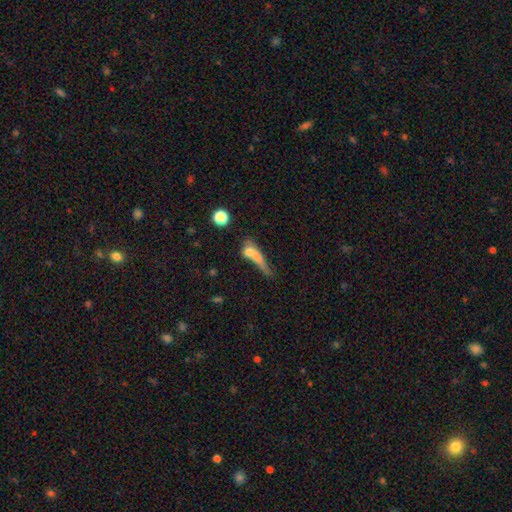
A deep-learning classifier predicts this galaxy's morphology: Smooth or featured: smooth — 55% (featured or disk — 33%)
How rounded: cigar-shaped — 65% (in between — 24%)
Merging: merger — 34% (none — 28%)